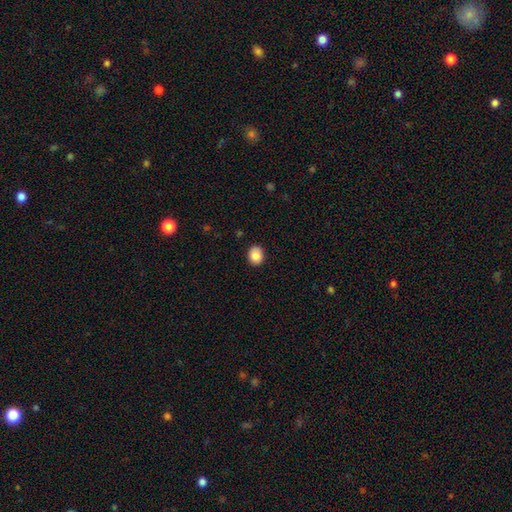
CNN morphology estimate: smooth-or-featured: smooth: 85% | star or artifact: 8% | featured or disk: 6%
  how-rounded: round: 58% | in between: 42% | cigar-shaped: 1%
  merging: none: 90% | minor disturbance: 8% | major disturbance: 2% | merger: 1%